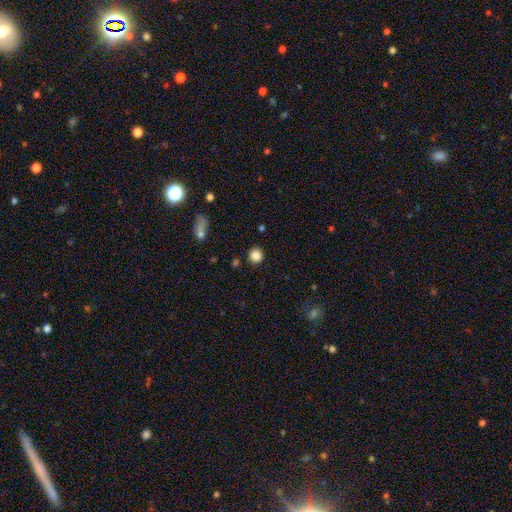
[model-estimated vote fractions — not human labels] This is clearly a smooth galaxy (86%). How rounded: clearly round (91%). Merging: clearly none (89%).